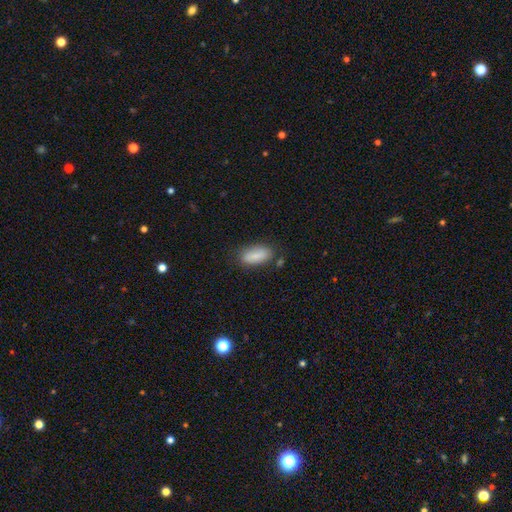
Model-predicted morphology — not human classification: Overall: smooth (86%). How rounded: in between (81%). Merging: none (75%).